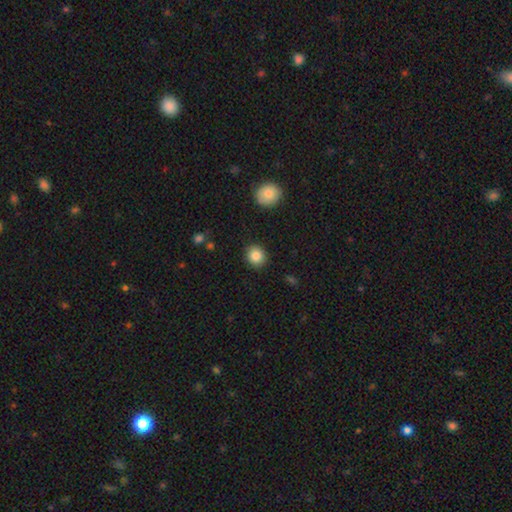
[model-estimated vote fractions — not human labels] smooth 86%, star or artifact 9%, featured or disk 5%. Down the decision tree: how rounded — round (85%); merging — none (90%).